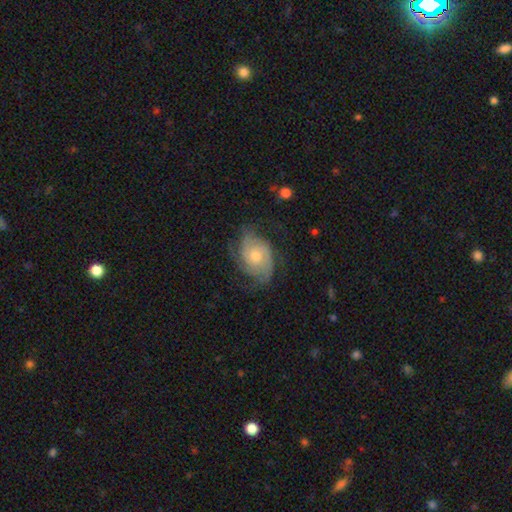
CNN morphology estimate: A featured or disk galaxy (76%) with no bar (78%), 2 (32%) tight (48%) spiral arms (93%) and a moderate central bulge (61%). Merging: none (62%).